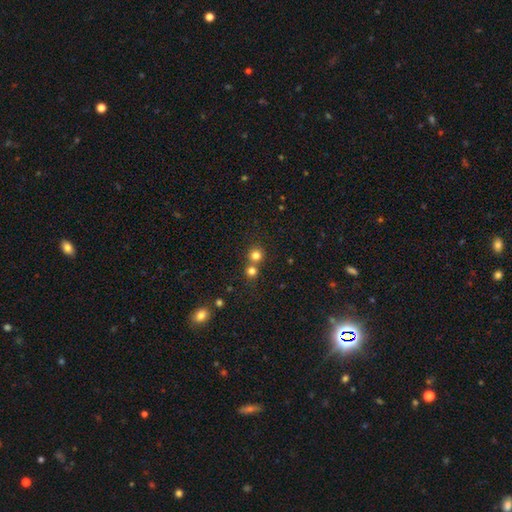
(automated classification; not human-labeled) A smooth galaxy with no disk features (79%) that is round (92%).

Vote fractions:
- Smooth or featured? smooth: 79% / star or artifact: 15% / featured or disk: 6%
- How rounded? round: 92% / in between: 7% / cigar-shaped: 1%
- Merging? none: 58% / merger: 35% / minor disturbance: 5% / major disturbance: 2%